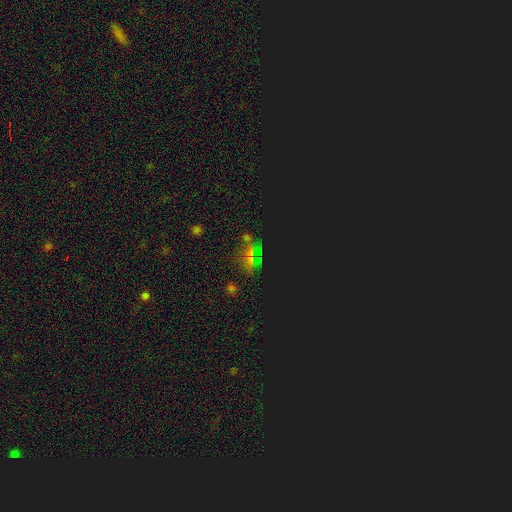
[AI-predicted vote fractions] smooth-or-featured: star or artifact: 71% | smooth: 20% | featured or disk: 8%